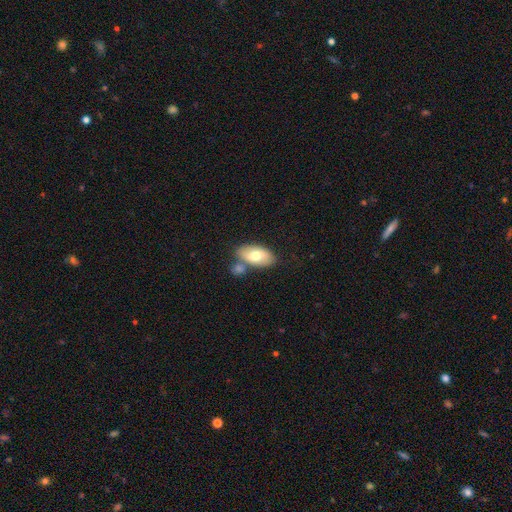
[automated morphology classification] This is likely a smooth galaxy (69%). How rounded: clearly in between (93%). Merging: possibly none (58%).